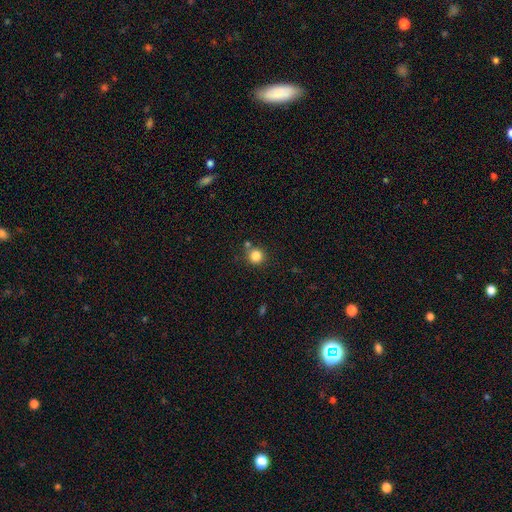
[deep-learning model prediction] Smooth or featured: smooth — 84% (star or artifact — 11%)
How rounded: round — 91% (in between — 8%)
Merging: none — 74% (merger — 12%)